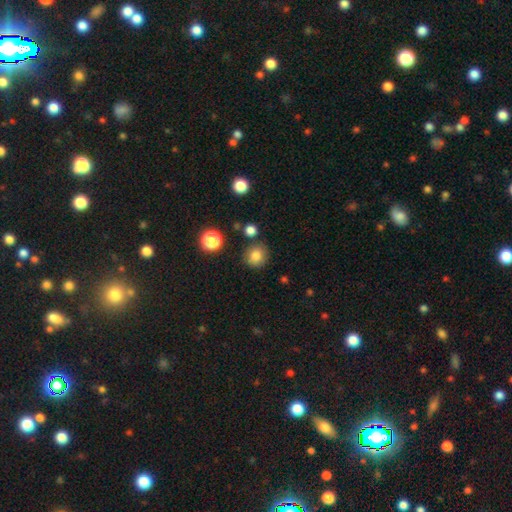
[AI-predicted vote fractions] Morphology: type=smooth (82%); roundness=round (84%); merging=none (83%).